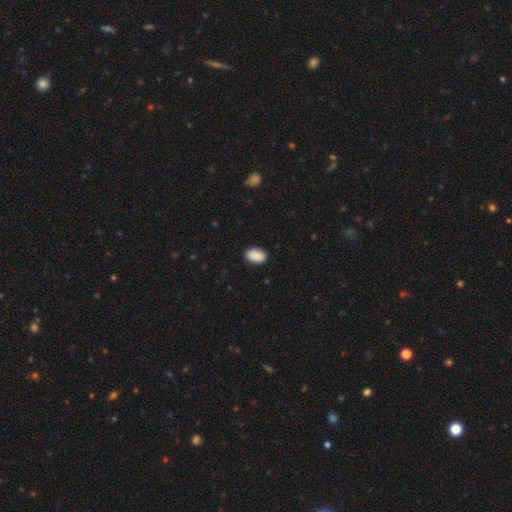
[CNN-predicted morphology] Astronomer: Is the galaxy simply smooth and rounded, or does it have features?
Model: smooth — 90%.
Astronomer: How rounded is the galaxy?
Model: in between — 90%.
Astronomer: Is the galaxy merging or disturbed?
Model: none — 89%.